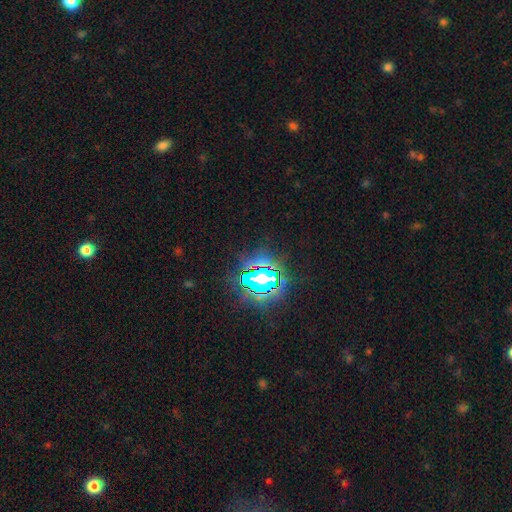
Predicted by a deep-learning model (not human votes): Smooth or featured? star or artifact (80%)